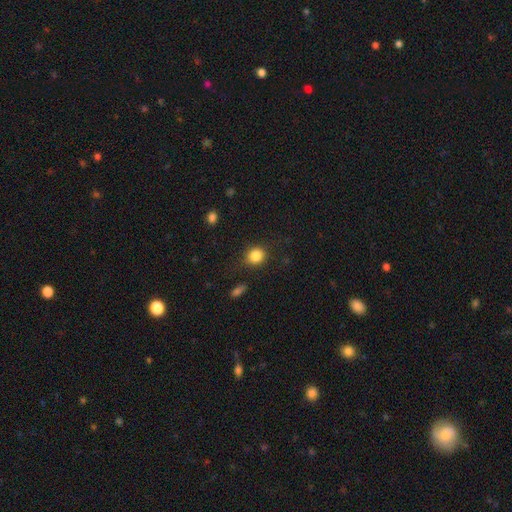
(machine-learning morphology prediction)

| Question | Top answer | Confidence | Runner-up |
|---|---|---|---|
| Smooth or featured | smooth | 84% | star or artifact (11%) |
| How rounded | round | 77% | in between (22%) |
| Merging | none | 80% | minor disturbance (13%) |